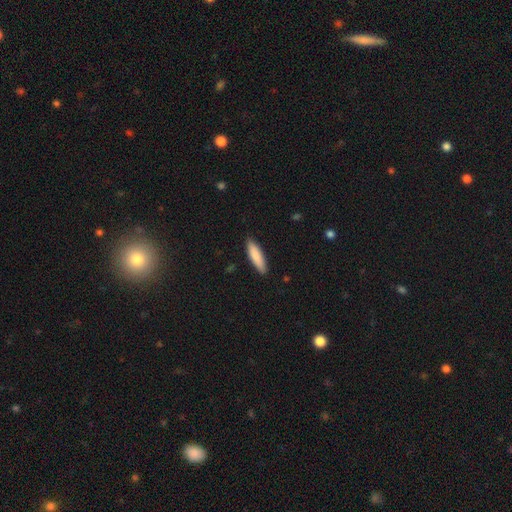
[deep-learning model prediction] A smooth galaxy with no disk features (85%) that is cigar-shaped (65%).

Vote fractions:
- Smooth or featured? smooth: 85% / featured or disk: 10% / star or artifact: 5%
- How rounded? cigar-shaped: 65% / in between: 34% / round: 1%
- Merging? none: 87% / minor disturbance: 10% / major disturbance: 2% / merger: 1%